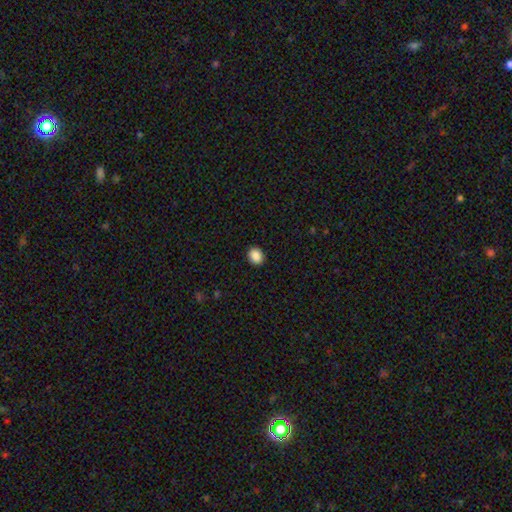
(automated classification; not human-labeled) This is clearly a smooth galaxy (89%). How rounded: possibly round (59%). Merging: clearly none (91%).